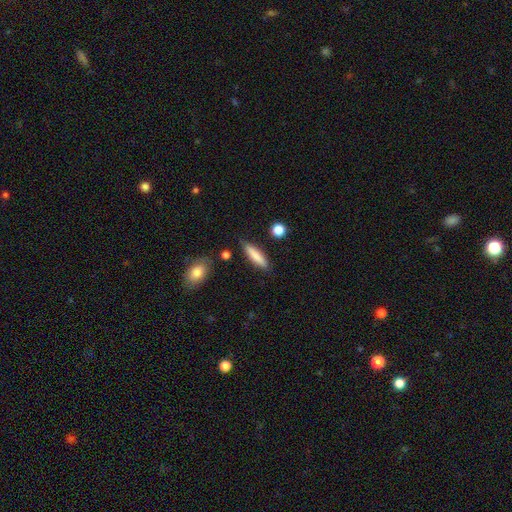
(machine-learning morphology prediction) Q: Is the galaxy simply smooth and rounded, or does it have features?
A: smooth — 79%.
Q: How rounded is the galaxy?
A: cigar-shaped — 77%.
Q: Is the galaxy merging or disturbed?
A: none — 85%.